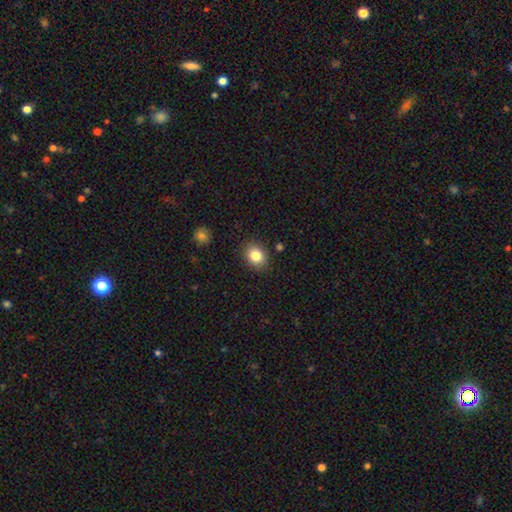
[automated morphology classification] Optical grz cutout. It shows a smooth galaxy with no disk features (83%) that is round (57%). Merging: none (88%).